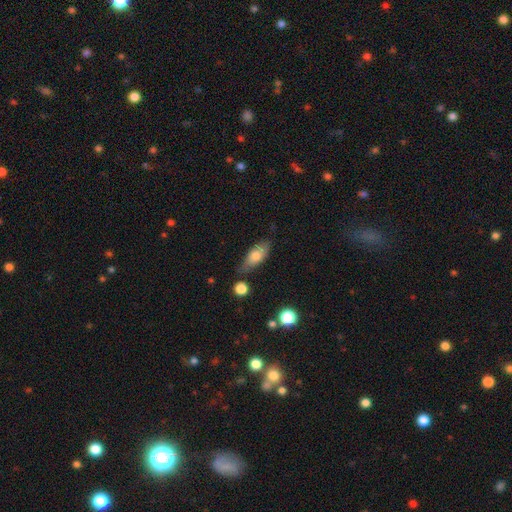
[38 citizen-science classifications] Volunteers were most divided on "merging": minor disturbance: 50%, none: 26%, major disturbance: 21%, merger: 3%. More confident: how rounded — in between (96%); smooth or featured — smooth (74%).